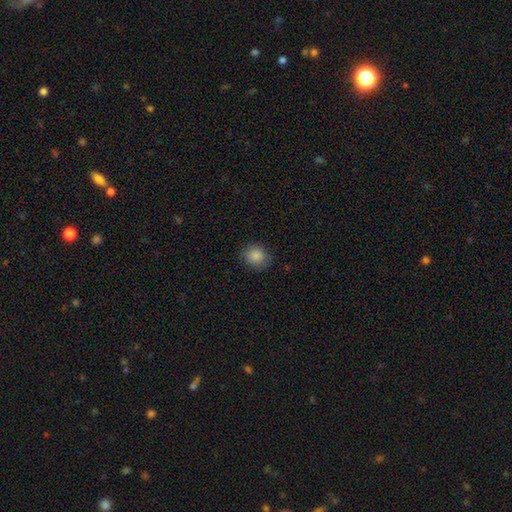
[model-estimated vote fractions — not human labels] Overall: smooth (87%). How rounded: round (69%; in between 30%). Merging: none (83%).